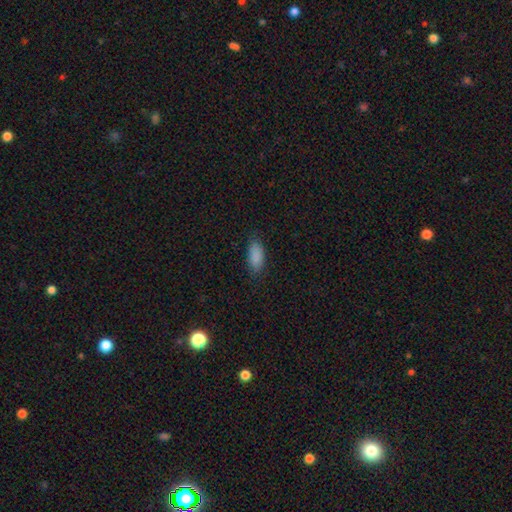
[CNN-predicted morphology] Overall: smooth (88%). How rounded: in between (87%). Merging: none (82%).